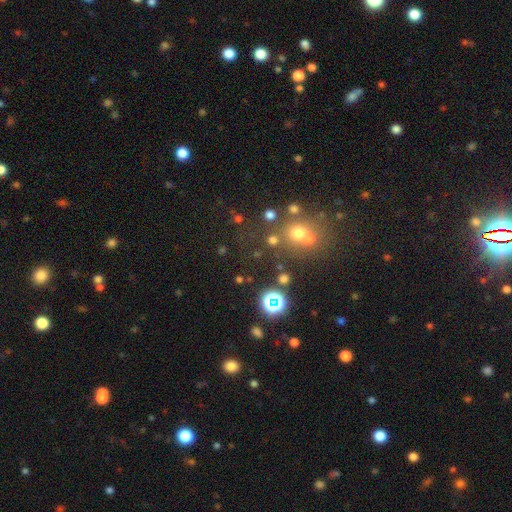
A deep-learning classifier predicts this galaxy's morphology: type=star or artifact (62%).